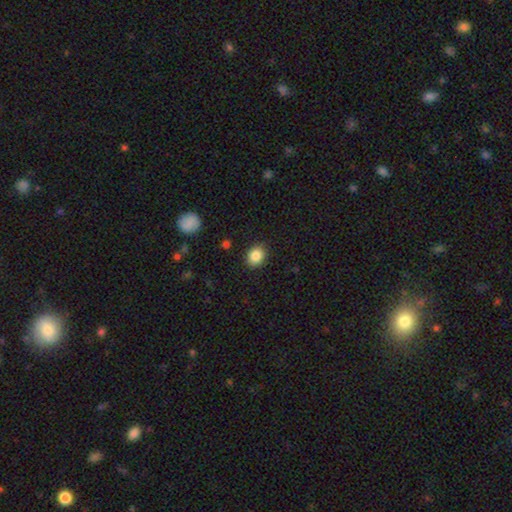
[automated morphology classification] Q: Smooth or featured?
A: smooth (86%); runner-up: star or artifact (9%)
Q: How rounded?
A: round (61%); runner-up: in between (38%)
Q: Merging?
A: none (89%); runner-up: minor disturbance (8%)